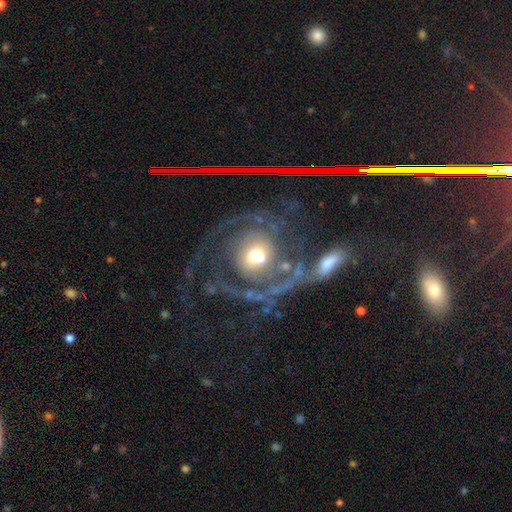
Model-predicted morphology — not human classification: Smooth or featured? featured or disk (77%)
Edge-on disk? no (97%)
Bar? no (68%)
Spiral arms? yes (85%)
Spiral winding? tight (38%)
Spiral arm count? 2 (39%)
Bulge size? moderate (56%)
Merging? none (45%)